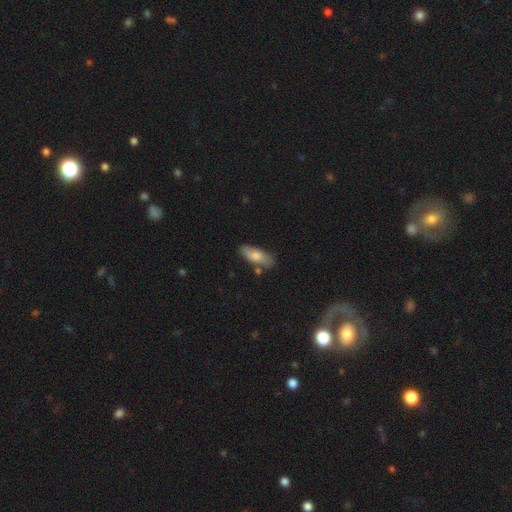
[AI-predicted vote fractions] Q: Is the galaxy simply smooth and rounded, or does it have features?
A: smooth — 73%.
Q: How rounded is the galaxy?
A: in between — 73%.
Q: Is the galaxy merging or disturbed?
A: none — 75%.